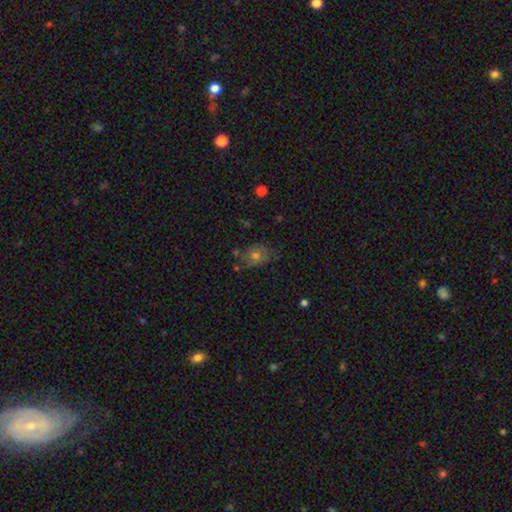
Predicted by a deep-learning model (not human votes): Smooth or featured?
  - smooth: 60% *
  - featured or disk: 21%
  - star or artifact: 19%
How rounded?
  - in between: 50% *
  - round: 48%
  - cigar-shaped: 1%
Merging?
  - none: 67% *
  - minor disturbance: 21%
  - major disturbance: 7%
  - merger: 5%